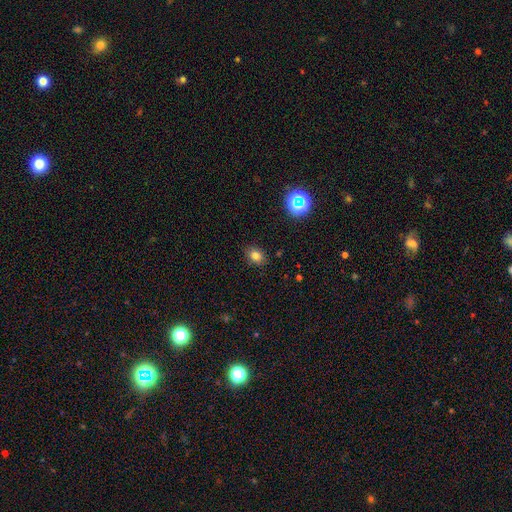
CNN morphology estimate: smooth 76%, star or artifact 16%, featured or disk 8%. Down the decision tree: how rounded — in between (57%); merging — none (85%).